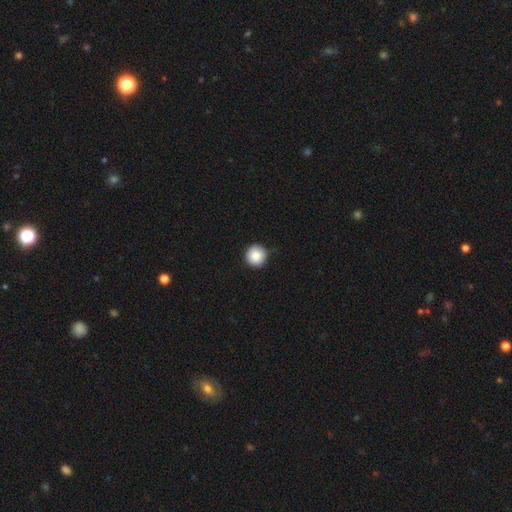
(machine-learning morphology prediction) This is clearly a smooth galaxy (88%). How rounded: clearly round (96%). Merging: clearly none (89%).